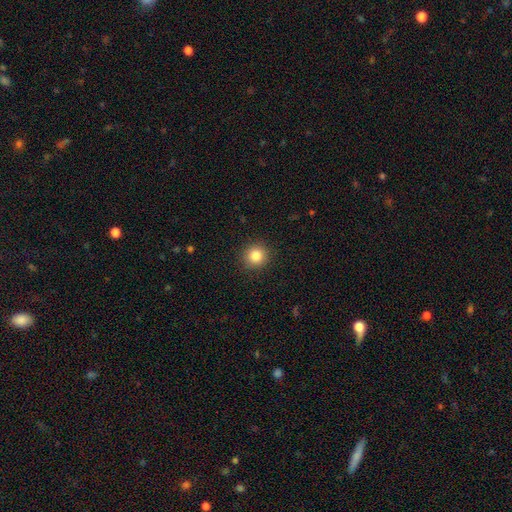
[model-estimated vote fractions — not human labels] smooth 84%, star or artifact 10%, featured or disk 5%. Down the decision tree: how rounded — round (92%); merging — none (91%).